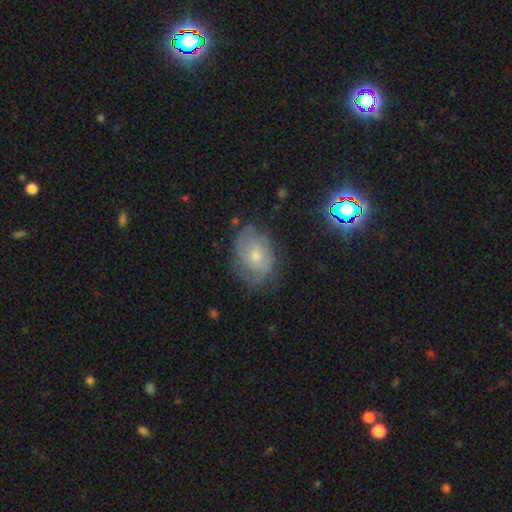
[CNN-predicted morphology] This appears to be a featured or disk galaxy (52%). Merging: none (63%).